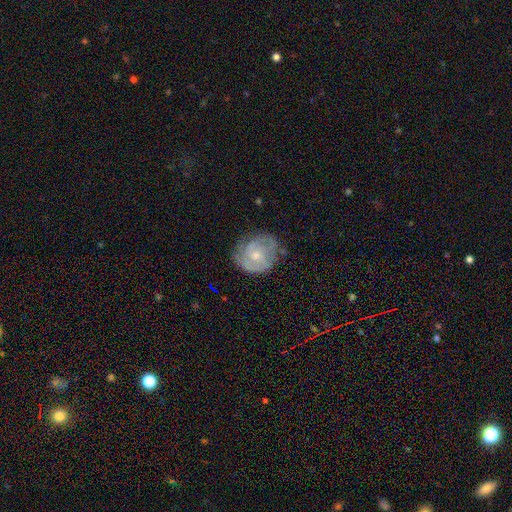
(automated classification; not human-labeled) featured or disk 71%, smooth 23%, star or artifact 6%. Down the decision tree: edge-on disk — no (98%); bar — no (69%); spiral arms — yes (82%); spiral arm count — 2 (37%); spiral winding — tight (53%); bulge size — small (54%); merging — none (64%).